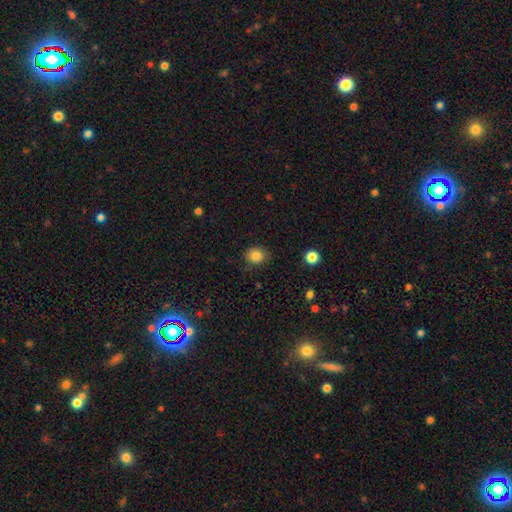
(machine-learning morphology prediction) Smooth or featured? Predicted: smooth (p=0.83). How rounded? Predicted: round (p=0.71). Merging? Predicted: none (p=0.82).